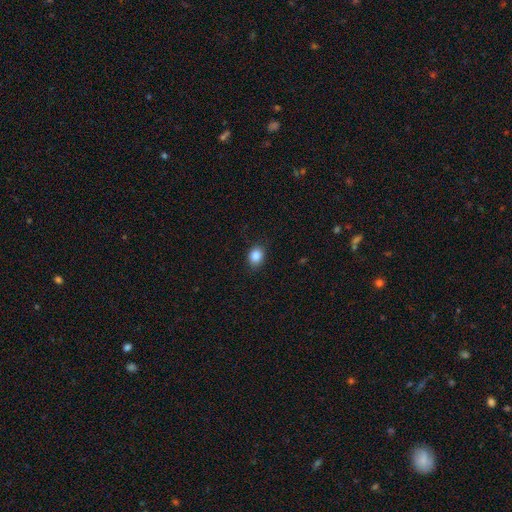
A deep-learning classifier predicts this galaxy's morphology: Smooth or featured: smooth — 86% (star or artifact — 9%)
How rounded: in between — 55% (round — 44%)
Merging: none — 85% (minor disturbance — 11%)